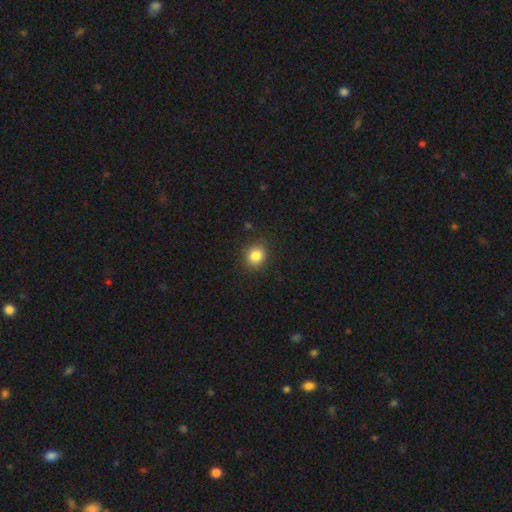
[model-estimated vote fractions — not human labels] Overall: smooth (85%). How rounded: round (75%). Merging: none (85%).